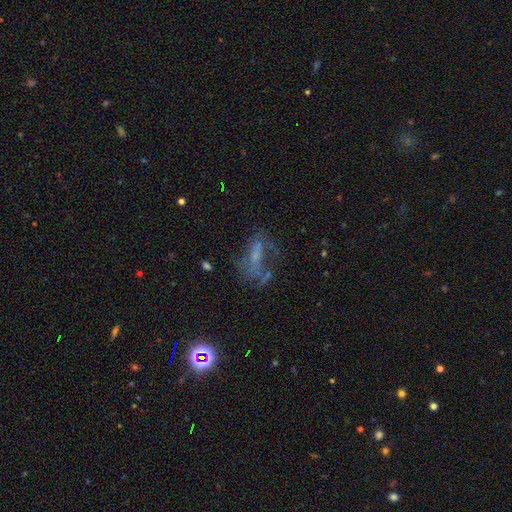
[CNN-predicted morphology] featured or disk 49%, smooth 28%, star or artifact 23%. Down the decision tree: merging — none (40%).